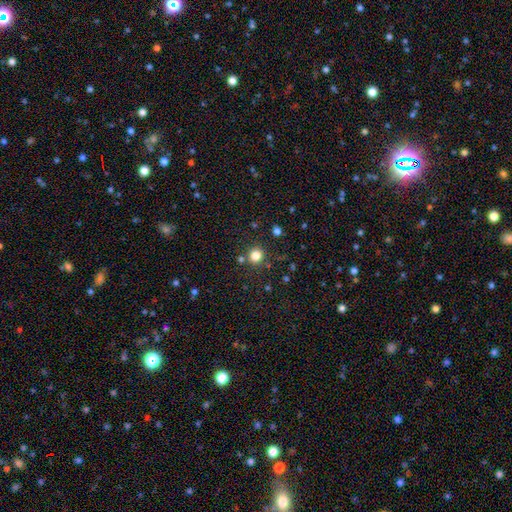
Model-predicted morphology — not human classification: Smooth or featured? smooth (81%)
How rounded? round (91%)
Merging? none (84%)